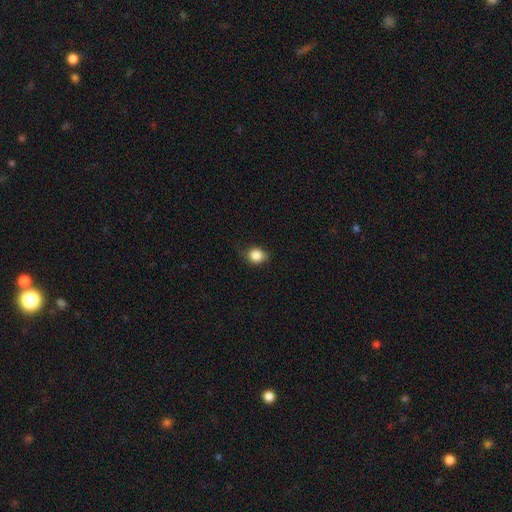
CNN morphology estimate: smooth_or_featured: smooth (p=0.85) [alt: star or artifact p=0.10]
how_rounded: round (p=0.67) [alt: in between p=0.32]
merging: none (p=0.70) [alt: minor disturbance p=0.23]